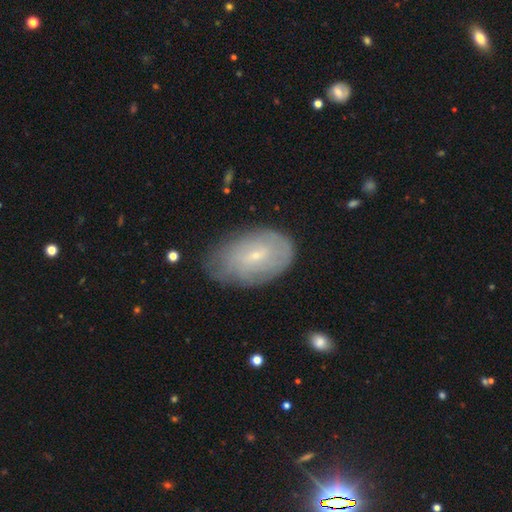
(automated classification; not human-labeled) A featured or disk galaxy (53%) with no bar (53%), spiral arms (62%) and a small central bulge (83%). Merging: none (68%).